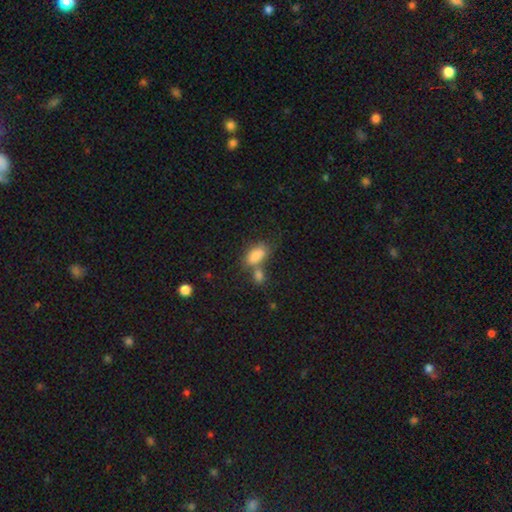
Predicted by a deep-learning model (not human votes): Smooth or featured? Predicted: smooth (p=0.81). How rounded? Predicted: in between (p=0.89). Merging? Predicted: merger (p=0.41).